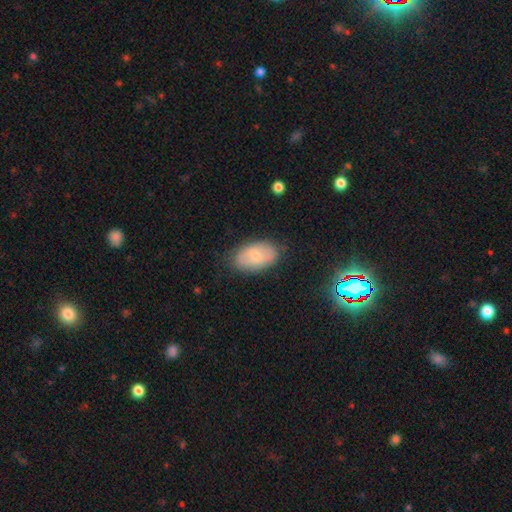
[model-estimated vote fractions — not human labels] smooth_or_featured: smooth (p=0.71) [alt: featured or disk p=0.21]
how_rounded: in between (p=0.92) [alt: round p=0.06]
merging: none (p=0.80) [alt: minor disturbance p=0.15]